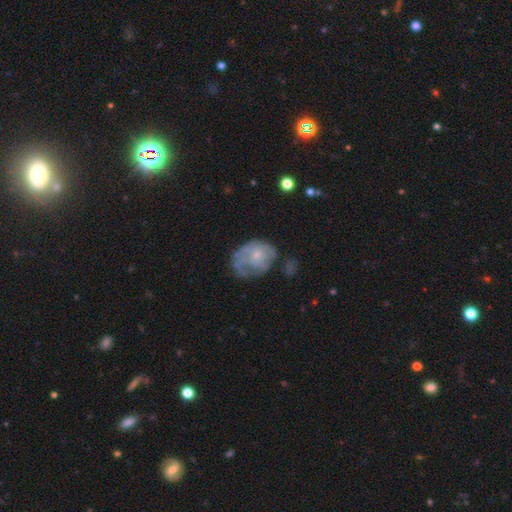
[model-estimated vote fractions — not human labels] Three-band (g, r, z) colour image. It shows a featured or disk galaxy (53%) with no bar (80%), no spiral arms (53%) and a small central bulge (65%). Merging: none (36%).